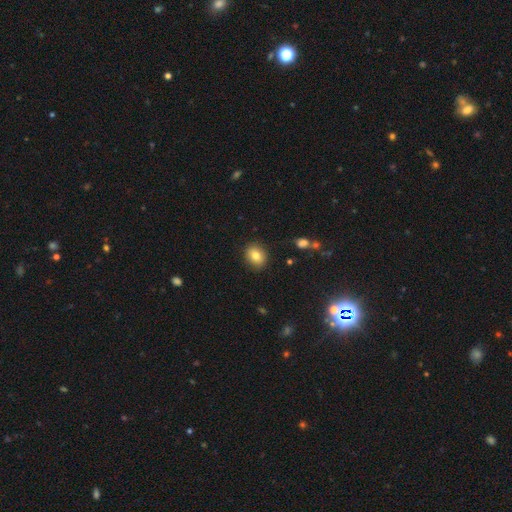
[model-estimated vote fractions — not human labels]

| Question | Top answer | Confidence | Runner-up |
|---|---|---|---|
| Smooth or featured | smooth | 81% | star or artifact (10%) |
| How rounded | round | 55% | in between (44%) |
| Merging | none | 88% | minor disturbance (8%) |